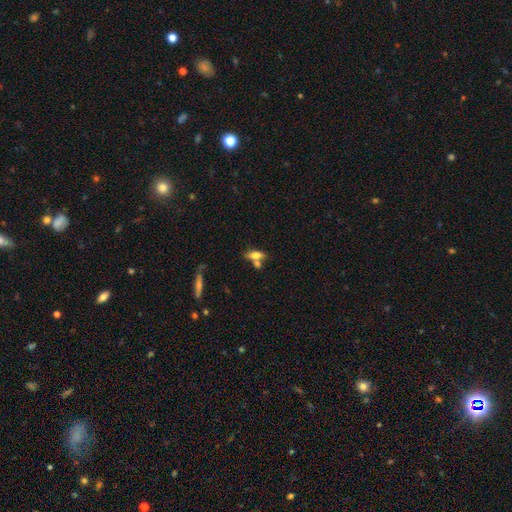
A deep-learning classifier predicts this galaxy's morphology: Q: Smooth or featured?
A: smooth (62%); runner-up: featured or disk (28%)
Q: How rounded?
A: in between (66%); runner-up: cigar-shaped (29%)
Q: Merging?
A: none (51%); runner-up: merger (31%)